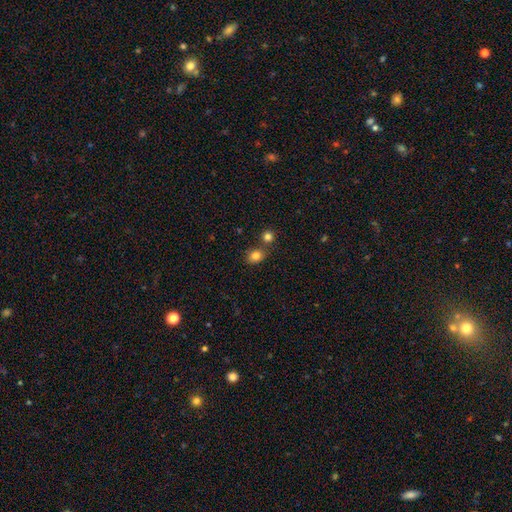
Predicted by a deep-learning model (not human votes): This appears to be a smooth galaxy with no disk features (82%) that is round (53%). Merging: none (64%).